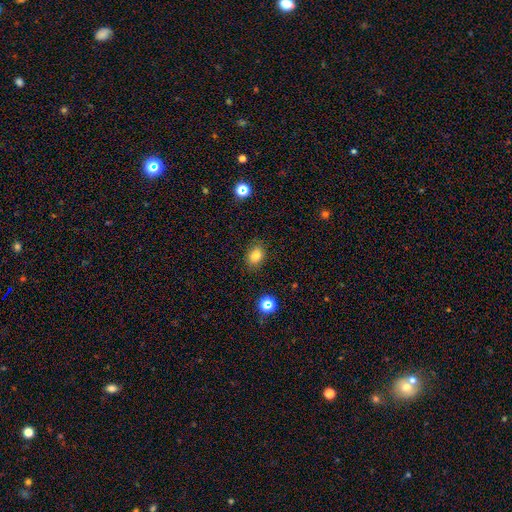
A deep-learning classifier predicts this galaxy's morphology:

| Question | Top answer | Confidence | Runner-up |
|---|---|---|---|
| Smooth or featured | smooth | 79% | star or artifact (13%) |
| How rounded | in between | 65% | round (34%) |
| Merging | none | 84% | minor disturbance (11%) |